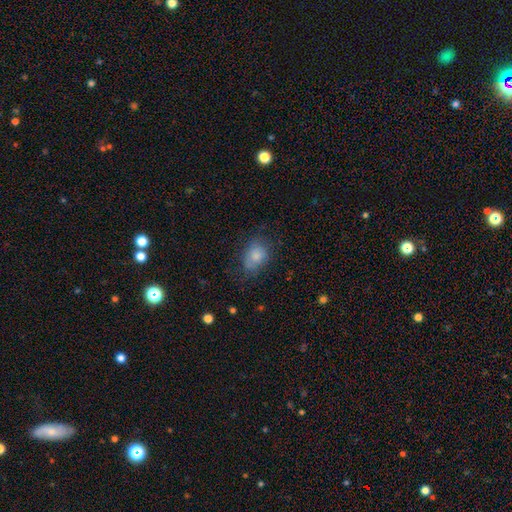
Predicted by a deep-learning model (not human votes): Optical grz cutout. It shows a smooth galaxy with no disk features (79%) that is in between round and cigar-shaped (64%). Merging: none (65%).